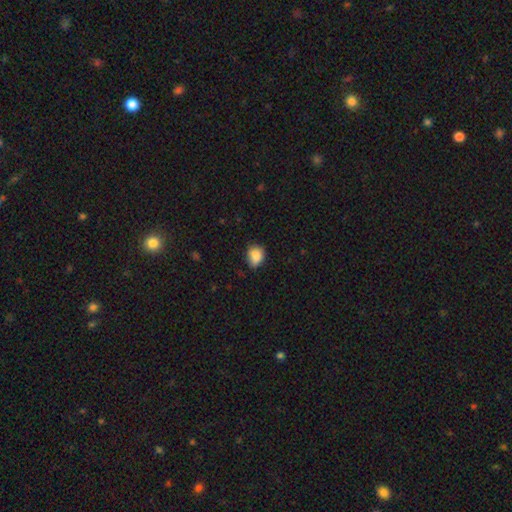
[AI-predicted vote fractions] This is clearly a smooth galaxy (86%). How rounded: possibly round (50%). Merging: likely none (66%).